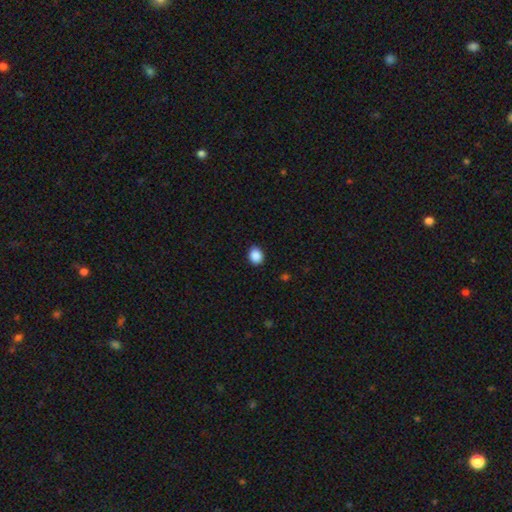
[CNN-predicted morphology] A smooth galaxy with no disk features (89%) that is round (52%).

Vote fractions:
- Smooth or featured? smooth: 89% / star or artifact: 9% / featured or disk: 2%
- How rounded? round: 52% / in between: 47% / cigar-shaped: 1%
- Merging? none: 90% / minor disturbance: 7% / major disturbance: 2% / merger: 1%